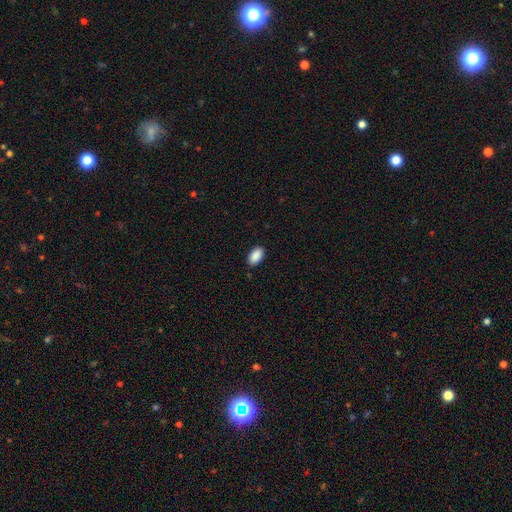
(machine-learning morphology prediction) Overall: smooth (91%). How rounded: in between (95%). Merging: none (88%).